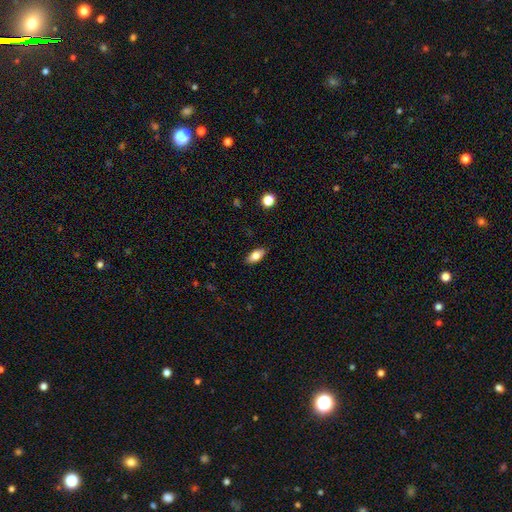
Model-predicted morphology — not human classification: Overall: smooth (80%). How rounded: in between (87%). Merging: none (86%).